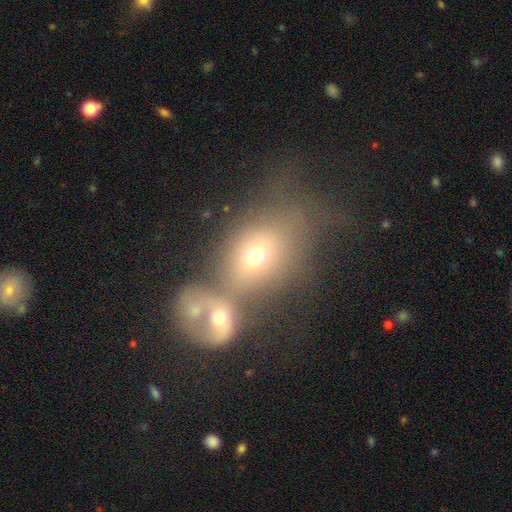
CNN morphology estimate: smooth_or_featured: smooth (p=0.58) [alt: featured or disk p=0.26]
how_rounded: in between (p=0.51) [alt: round p=0.48]
merging: merger (p=0.59) [alt: none p=0.20]